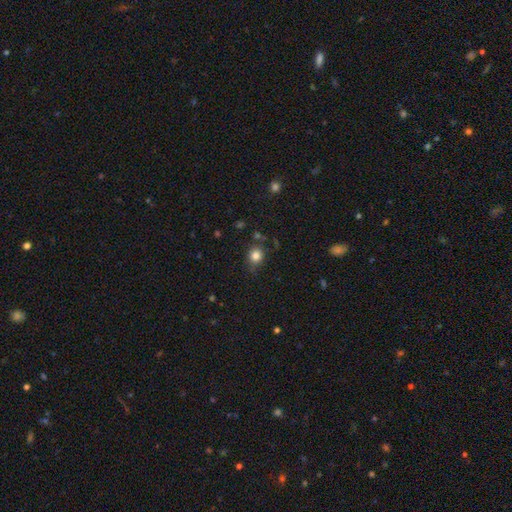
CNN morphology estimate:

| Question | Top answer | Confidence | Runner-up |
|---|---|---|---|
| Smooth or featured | smooth | 82% | star or artifact (12%) |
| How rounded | round | 79% | in between (20%) |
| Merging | none | 76% | minor disturbance (16%) |